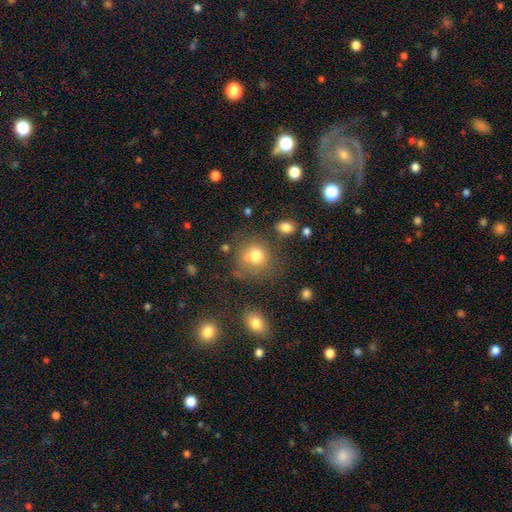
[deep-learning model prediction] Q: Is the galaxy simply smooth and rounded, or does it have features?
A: smooth — 74%.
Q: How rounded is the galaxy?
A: round — 82%.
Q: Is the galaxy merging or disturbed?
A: none — 58%.